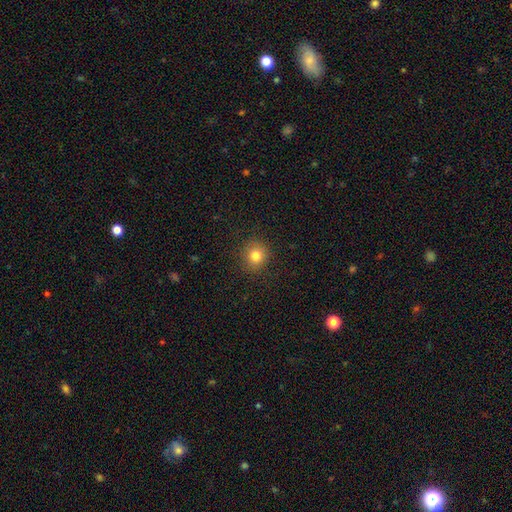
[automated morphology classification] Smooth or featured? Predicted: smooth (p=0.80). How rounded? Predicted: round (p=0.90). Merging? Predicted: none (p=0.90).